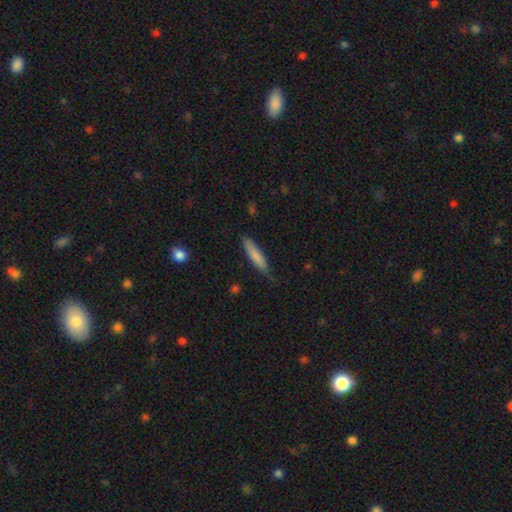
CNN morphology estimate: This appears to be a smooth galaxy with no disk features (79%) that is cigar-shaped (83%). Merging: none (70%).